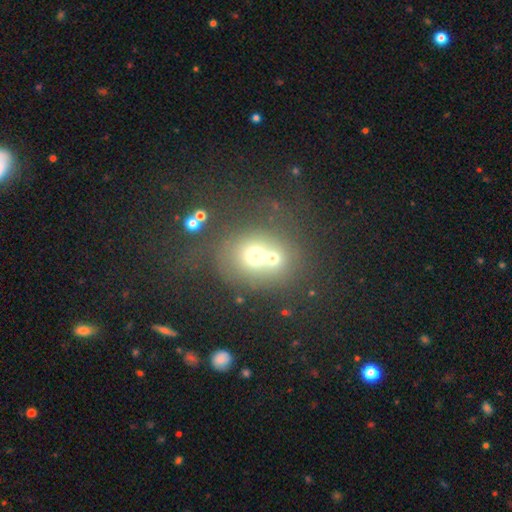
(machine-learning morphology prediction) Q: Smooth or featured?
A: smooth (60%); runner-up: featured or disk (22%)
Q: How rounded?
A: round (76%); runner-up: in between (23%)
Q: Merging?
A: merger (56%); runner-up: none (30%)